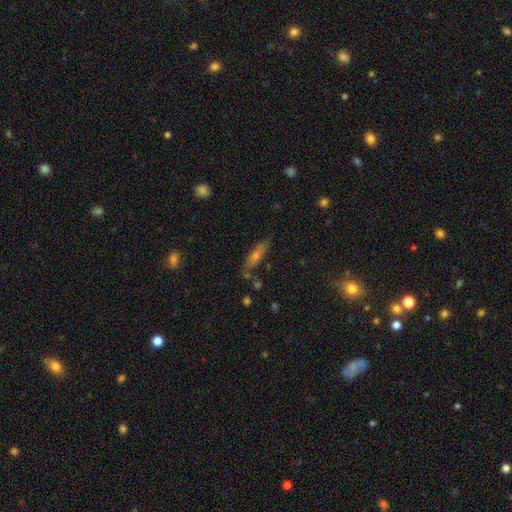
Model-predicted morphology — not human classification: This is possibly a smooth galaxy (47%). Merging: likely none (77%).